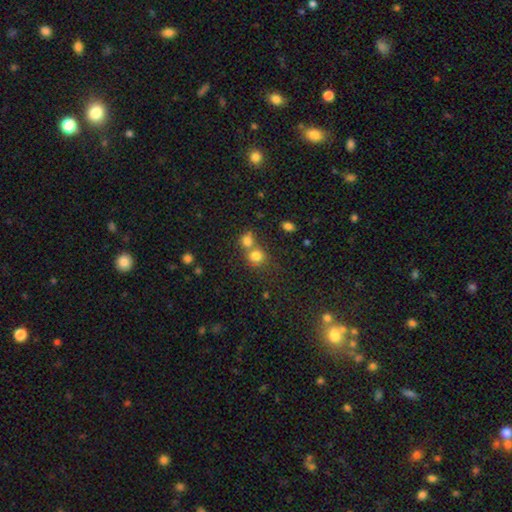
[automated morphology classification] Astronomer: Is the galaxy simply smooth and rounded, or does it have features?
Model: smooth — 78%.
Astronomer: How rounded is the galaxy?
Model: round — 81%.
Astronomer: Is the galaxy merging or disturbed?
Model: merger — 44%, tied with none at 44%.